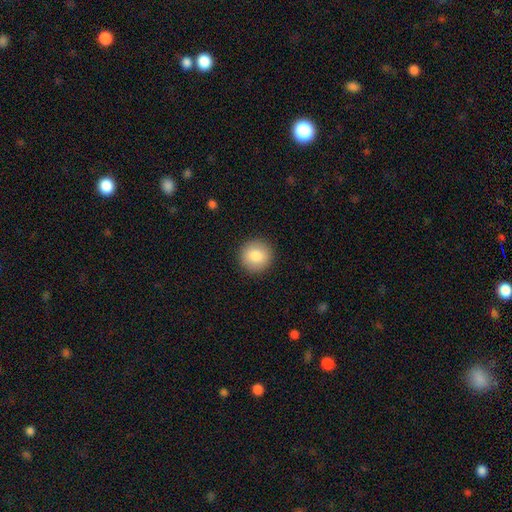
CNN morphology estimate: A smooth galaxy with no disk features (85%) that is round (95%).

Vote fractions:
- Smooth or featured? smooth: 85% / star or artifact: 8% / featured or disk: 7%
- How rounded? round: 95% / in between: 4% / cigar-shaped: 1%
- Merging? none: 92% / minor disturbance: 5% / major disturbance: 2% / merger: 1%